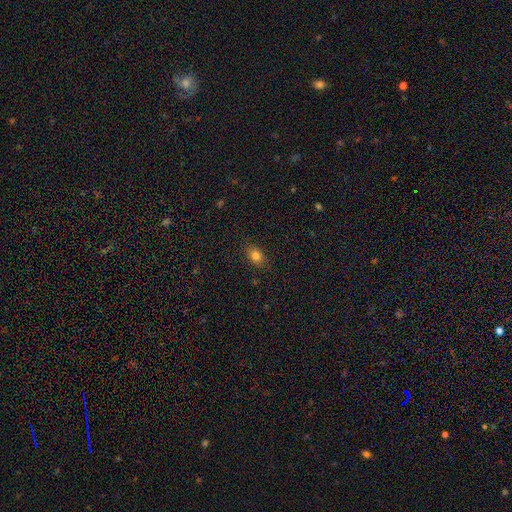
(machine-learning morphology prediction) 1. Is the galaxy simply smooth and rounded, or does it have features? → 80% smooth, 12% star or artifact, 8% featured or disk.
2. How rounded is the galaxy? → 71% in between, 27% round, 2% cigar-shaped.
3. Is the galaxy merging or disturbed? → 84% none, 12% minor disturbance, 3% major disturbance, 1% merger.